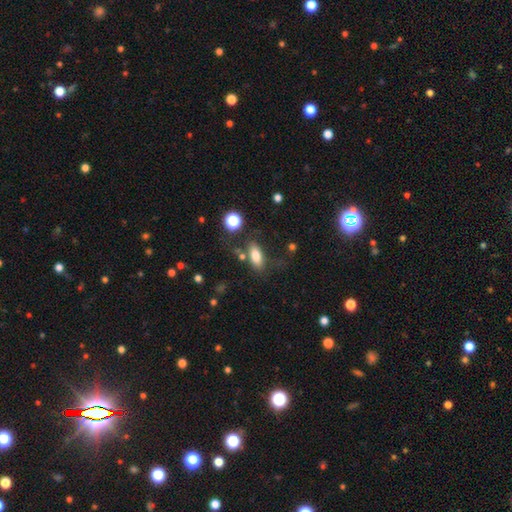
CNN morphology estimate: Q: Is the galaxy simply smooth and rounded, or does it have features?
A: smooth — 78%.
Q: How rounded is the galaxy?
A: in between — 82%.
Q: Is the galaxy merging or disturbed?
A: none — 68%.